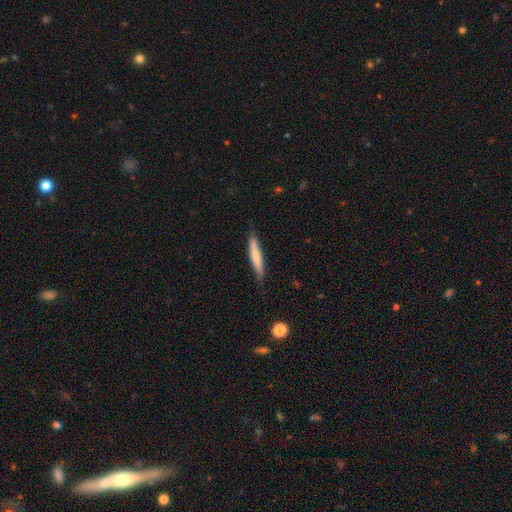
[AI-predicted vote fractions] Smooth or featured? smooth (70%)
How rounded? cigar-shaped (91%)
Merging? none (78%)